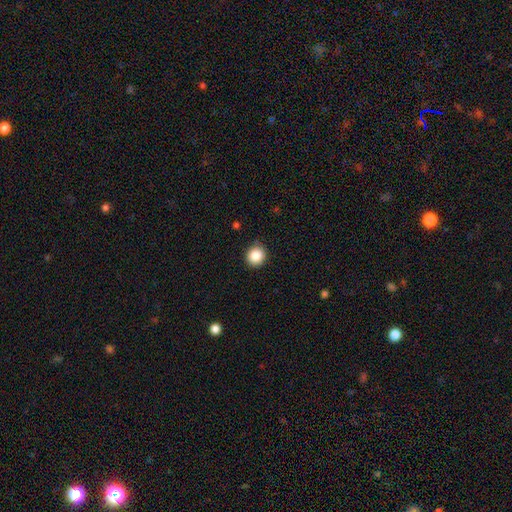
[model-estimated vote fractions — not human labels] Smooth or featured? Predicted: smooth (p=0.86). How rounded? Predicted: round (p=0.89). Merging? Predicted: none (p=0.87).